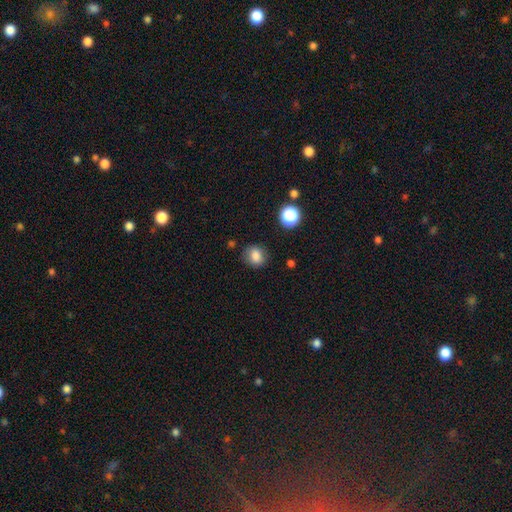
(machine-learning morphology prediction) smooth-or-featured: smooth: 83% | star or artifact: 11% | featured or disk: 6%
  how-rounded: round: 65% | in between: 34% | cigar-shaped: 1%
  merging: none: 82% | minor disturbance: 13% | major disturbance: 4% | merger: 2%